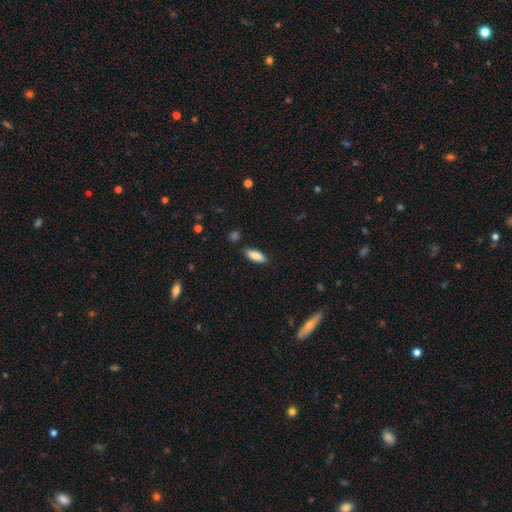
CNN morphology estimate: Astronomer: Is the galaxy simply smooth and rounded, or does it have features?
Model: smooth — 85%.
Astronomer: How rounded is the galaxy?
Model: in between — 63%.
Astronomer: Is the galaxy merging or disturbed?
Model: none — 84%.